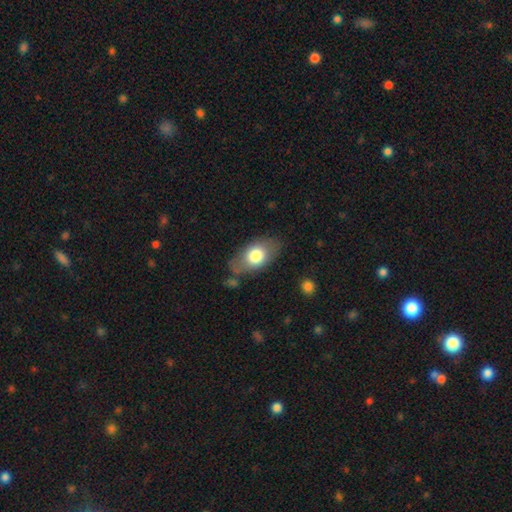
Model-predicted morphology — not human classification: smooth-or-featured: smooth: 72% | featured or disk: 21% | star or artifact: 7%
  how-rounded: in between: 87% | round: 10% | cigar-shaped: 2%
  merging: none: 70% | minor disturbance: 19% | major disturbance: 7% | merger: 5%